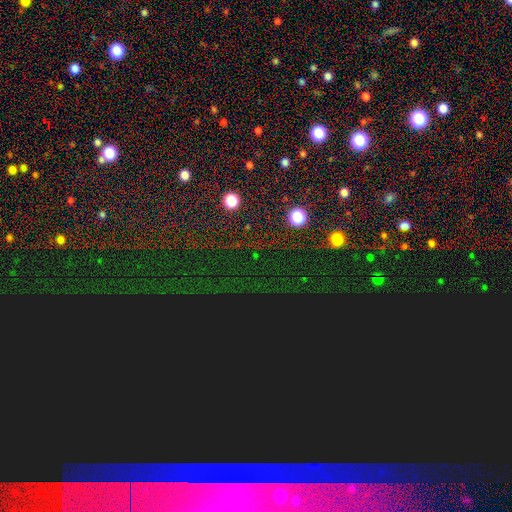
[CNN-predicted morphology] This is likely a star or artifact rather than a galaxy (77%).